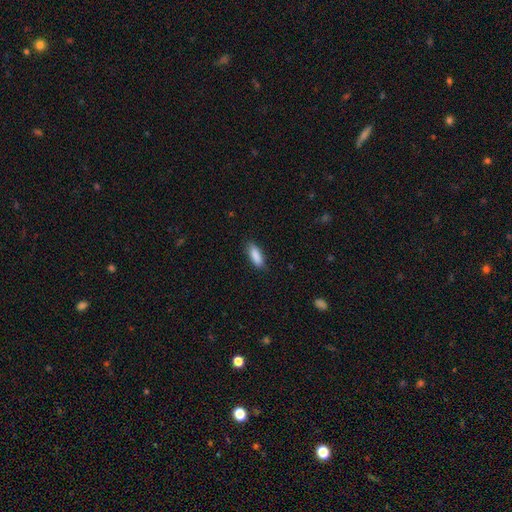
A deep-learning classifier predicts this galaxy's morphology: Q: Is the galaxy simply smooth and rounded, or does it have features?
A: smooth — 89%.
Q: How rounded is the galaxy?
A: in between — 64%.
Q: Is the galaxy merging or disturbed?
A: none — 85%.